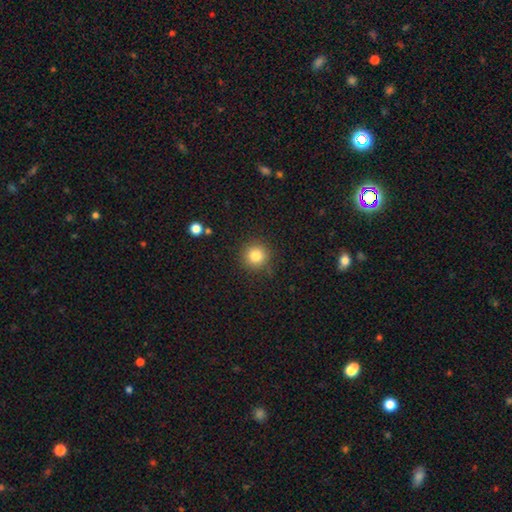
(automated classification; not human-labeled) A smooth galaxy with no disk features (83%) that is round (94%). Merging: none (88%).